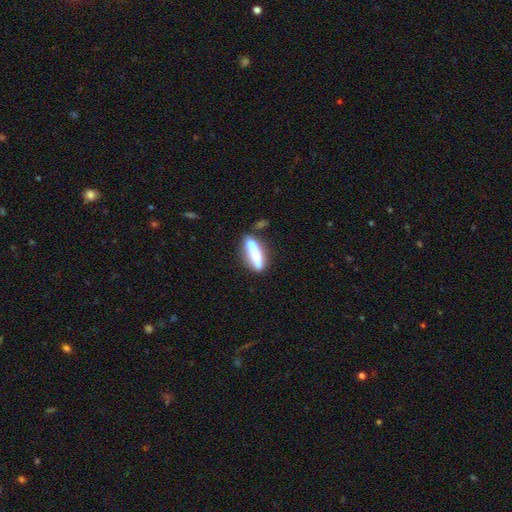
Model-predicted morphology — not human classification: Smooth or featured?
  - smooth: 52% *
  - featured or disk: 41%
  - star or artifact: 7%
How rounded?
  - cigar-shaped: 76% *
  - in between: 22%
  - round: 2%
Merging?
  - none: 64% *
  - minor disturbance: 16%
  - merger: 13%
  - major disturbance: 6%